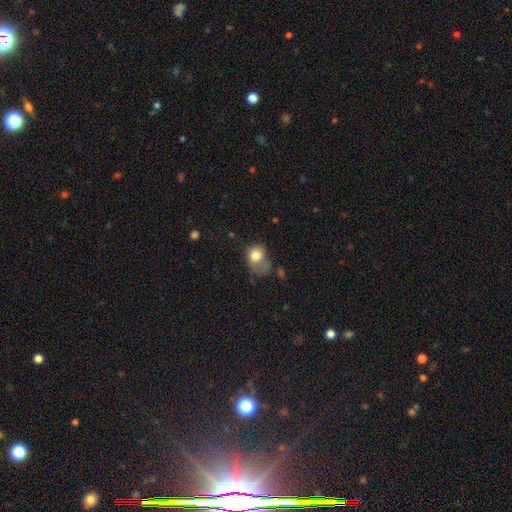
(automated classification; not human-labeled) Smooth or featured? smooth (76%)
How rounded? in between (50%)
Merging? minor disturbance (33%)